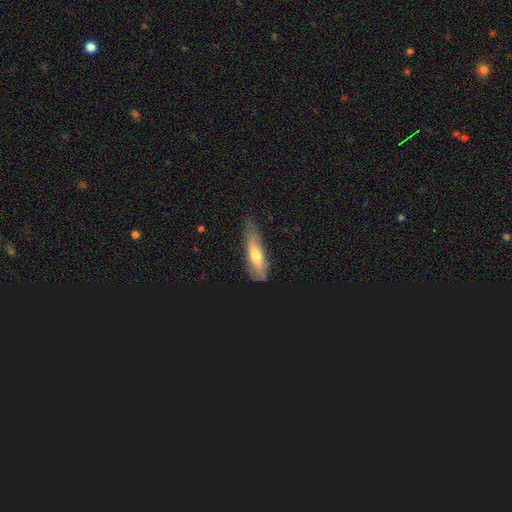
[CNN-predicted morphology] Smooth or featured: smooth — 59% (featured or disk — 32%)
How rounded: cigar-shaped — 59% (in between — 38%)
Merging: none — 64% (minor disturbance — 27%)